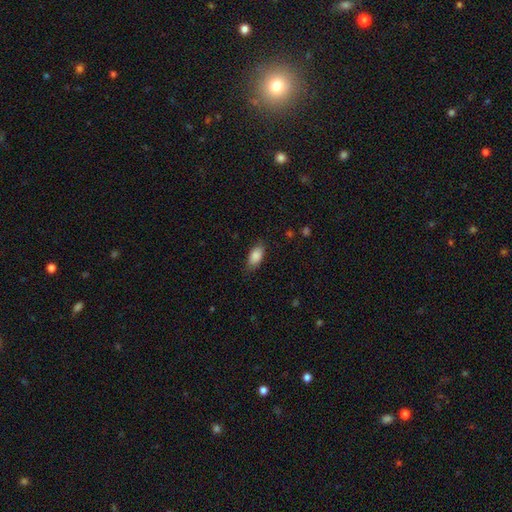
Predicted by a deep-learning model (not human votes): Morphology: type=smooth (87%); roundness=in between (90%); merging=none (79%).